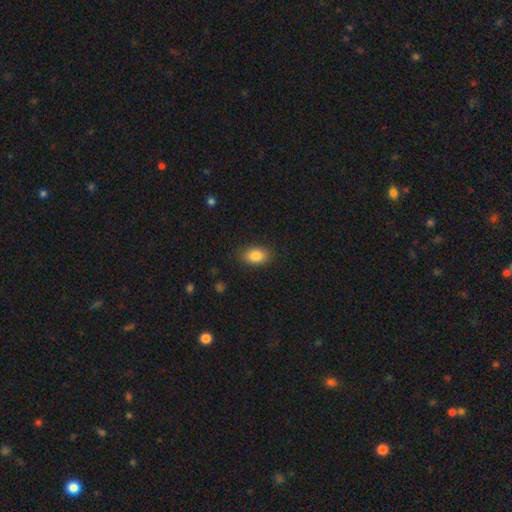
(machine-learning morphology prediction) Smooth or featured? Predicted: smooth (p=0.85). How rounded? Predicted: in between (p=0.88). Merging? Predicted: none (p=0.87).